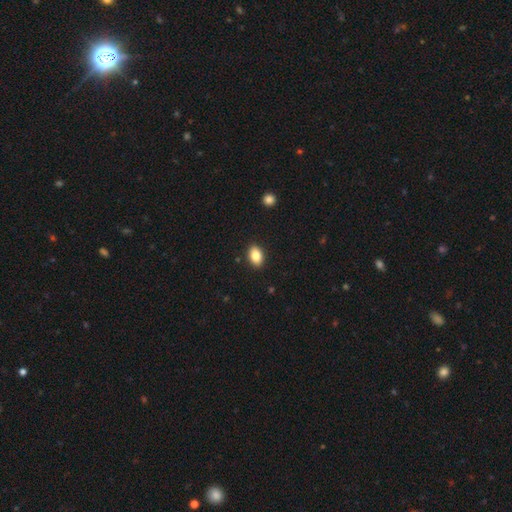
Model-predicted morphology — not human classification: Smooth or featured: smooth — 85% (star or artifact — 8%)
How rounded: in between — 86% (round — 12%)
Merging: none — 90% (minor disturbance — 7%)